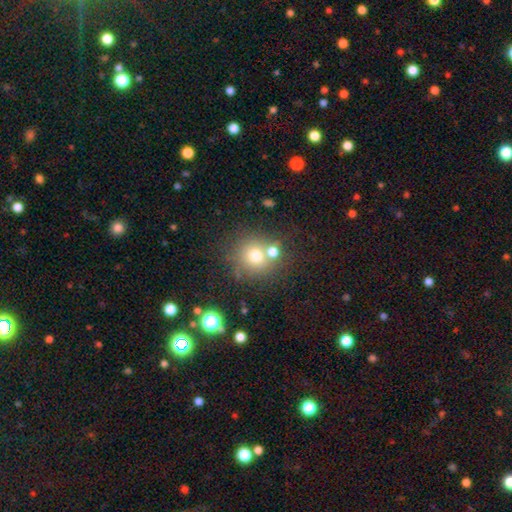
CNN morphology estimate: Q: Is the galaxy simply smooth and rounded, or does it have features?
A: smooth — 70%.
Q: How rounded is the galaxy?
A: round — 90%.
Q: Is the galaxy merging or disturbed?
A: none — 61%.